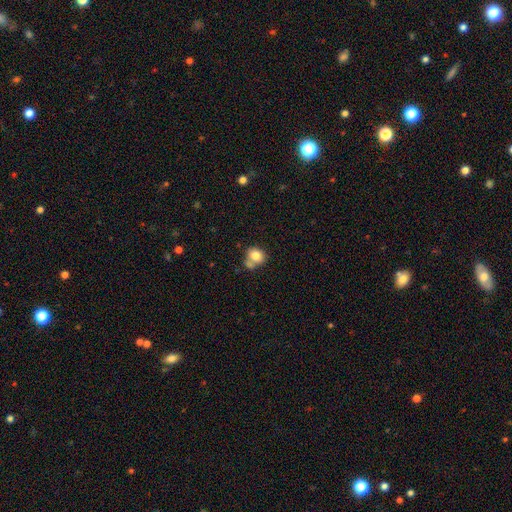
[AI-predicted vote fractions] A smooth galaxy with no disk features (79%) that is round (65%). Merging: none (48%).